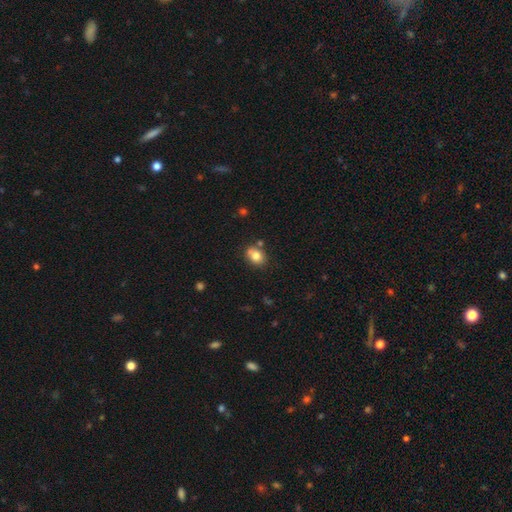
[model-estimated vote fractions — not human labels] A smooth galaxy with no disk features (78%) that is in between round and cigar-shaped (54%).

Vote fractions:
- Smooth or featured? smooth: 78% / featured or disk: 12% / star or artifact: 10%
- How rounded? in between: 54% / round: 45% / cigar-shaped: 1%
- Merging? none: 63% / merger: 17% / minor disturbance: 17% / major disturbance: 4%